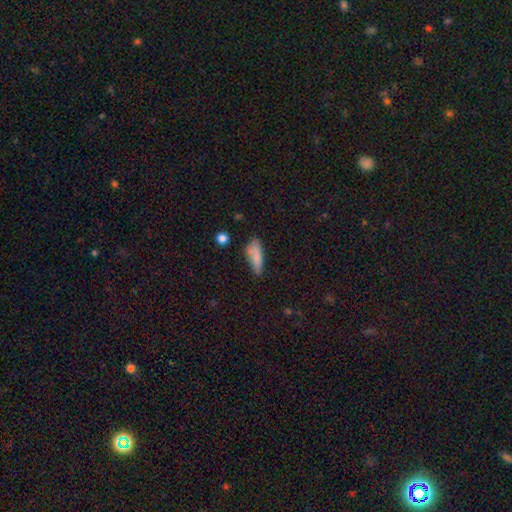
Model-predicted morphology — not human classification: The model was most divided on "merging": none: 54%, minor disturbance: 31%, major disturbance: 9%, merger: 5%. More confident: smooth or featured — smooth (80%); how rounded — in between (61%).